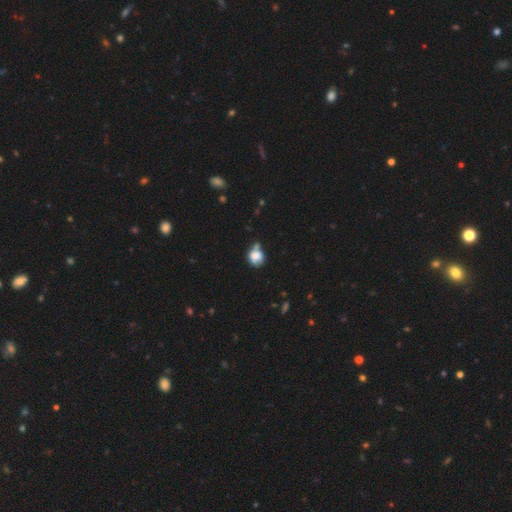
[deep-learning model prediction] smooth_or_featured: smooth (p=0.81) [alt: star or artifact p=0.10]
how_rounded: round (p=0.74) [alt: in between p=0.25]
merging: none (p=0.44) [alt: minor disturbance p=0.26]